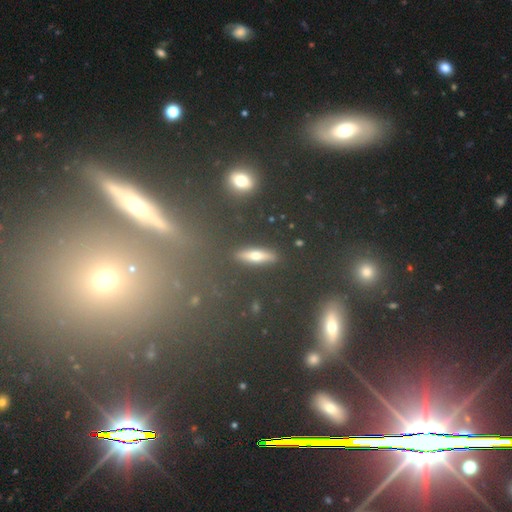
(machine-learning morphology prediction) Smooth or featured: smooth — 52% (featured or disk — 32%)
How rounded: cigar-shaped — 61% (in between — 29%)
Merging: none — 88% (minor disturbance — 7%)